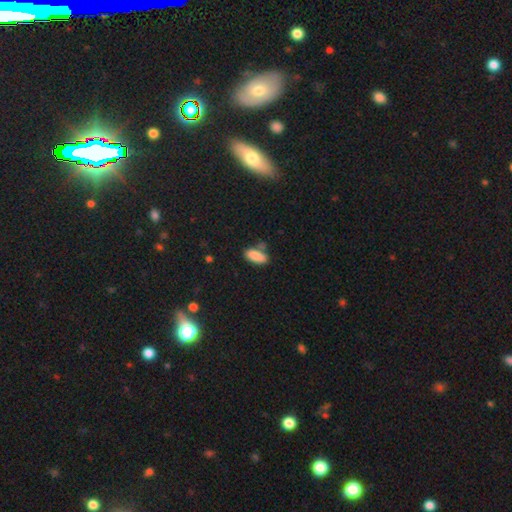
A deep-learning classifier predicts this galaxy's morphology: A smooth galaxy with no disk features (87%) that is in between round and cigar-shaped (82%). Merging: none (66%).